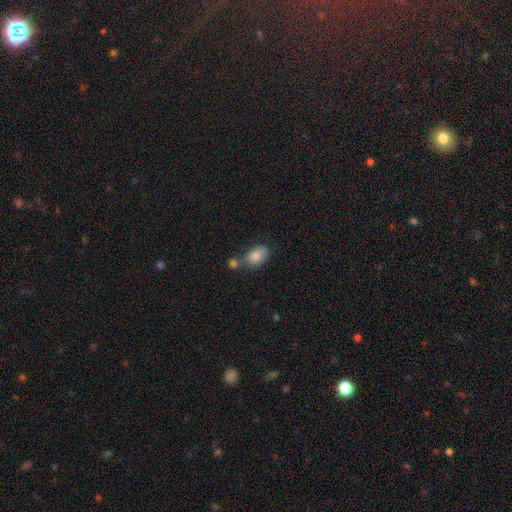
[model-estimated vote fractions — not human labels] Morphology: type=smooth (82%); roundness=in between (87%); merging=none (49%).